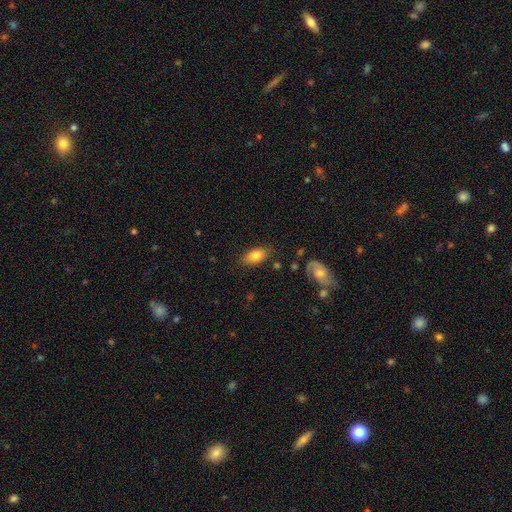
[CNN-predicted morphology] Q: Smooth or featured?
A: smooth (79%); runner-up: featured or disk (14%)
Q: How rounded?
A: in between (90%); runner-up: round (5%)
Q: Merging?
A: none (80%); runner-up: minor disturbance (14%)